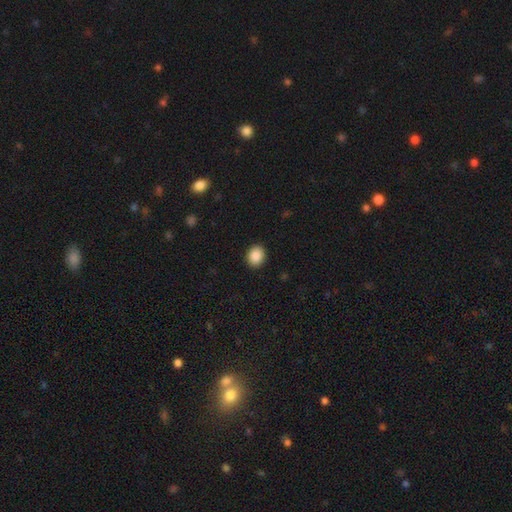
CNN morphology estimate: Overall: smooth (89%). How rounded: round (62%; in between 37%). Merging: none (91%).